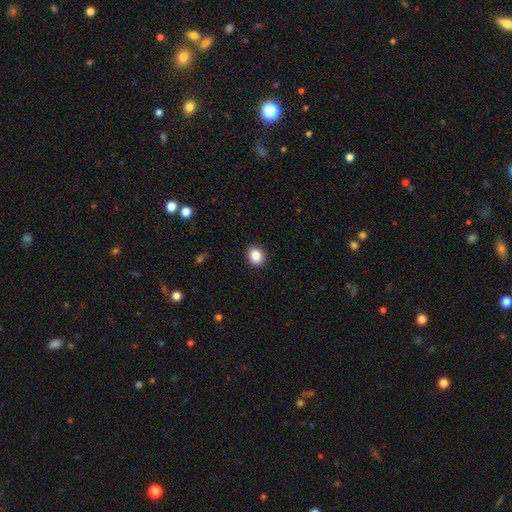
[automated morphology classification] smooth_or_featured: smooth (p=0.88) [alt: star or artifact p=0.08]
how_rounded: round (p=0.54) [alt: in between p=0.45]
merging: none (p=0.89) [alt: minor disturbance p=0.08]